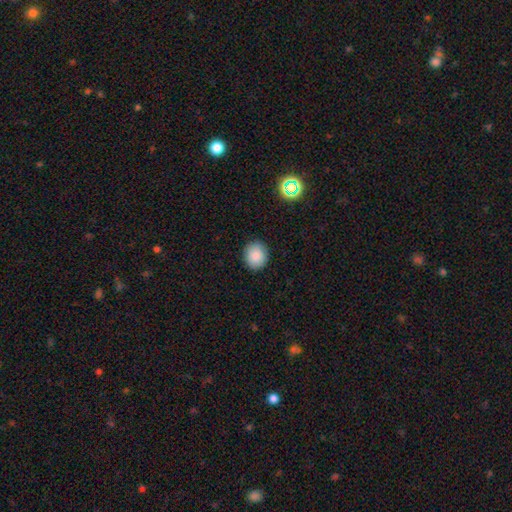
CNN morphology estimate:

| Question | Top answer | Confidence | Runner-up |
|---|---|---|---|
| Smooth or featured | smooth | 87% | star or artifact (9%) |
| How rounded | round | 74% | in between (25%) |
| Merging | none | 89% | minor disturbance (8%) |